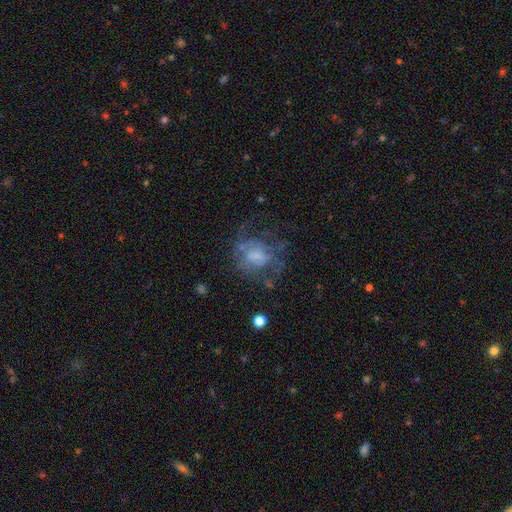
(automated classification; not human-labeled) This appears to be a featured or disk galaxy (54%) with no bar (65%), no spiral arms (59%) and a moderate central bulge (32%). Merging: none (41%).